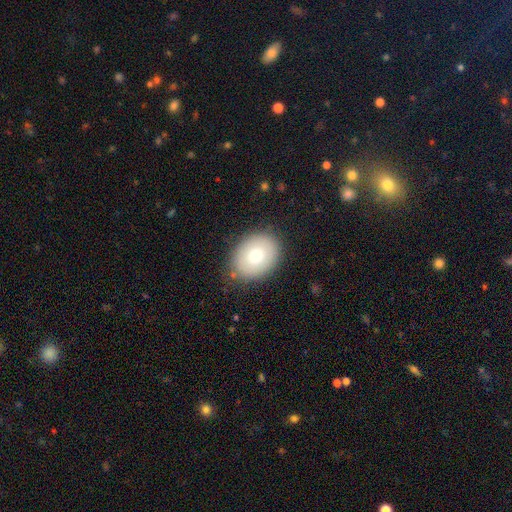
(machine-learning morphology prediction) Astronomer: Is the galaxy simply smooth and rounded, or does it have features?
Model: smooth — 78%.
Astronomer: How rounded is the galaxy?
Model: in between — 63%.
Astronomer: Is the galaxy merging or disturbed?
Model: none — 84%.